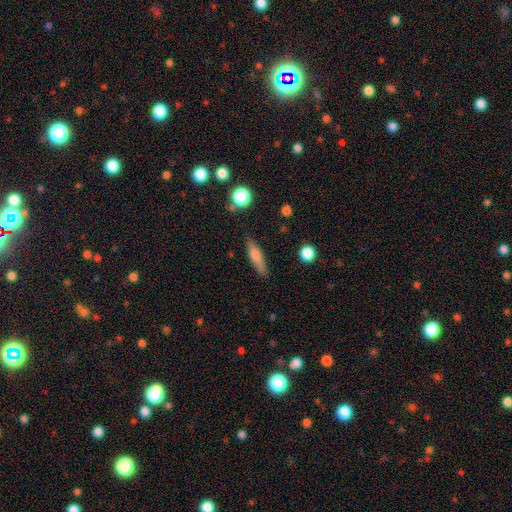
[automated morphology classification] Smooth or featured?
  - smooth: 67% *
  - featured or disk: 26%
  - star or artifact: 7%
How rounded?
  - cigar-shaped: 70% *
  - in between: 27%
  - round: 3%
Merging?
  - none: 81% *
  - minor disturbance: 13%
  - major disturbance: 3%
  - merger: 2%